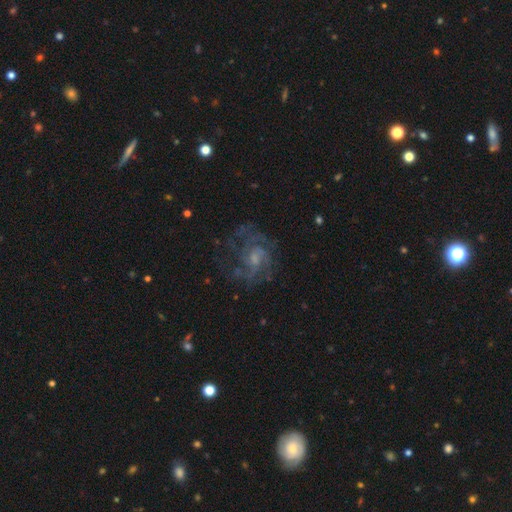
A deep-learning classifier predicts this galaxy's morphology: A featured or disk galaxy (76%) with no bar (55%), medium (47%) spiral arms (87%) and a small central bulge (47%).

Vote fractions:
- Smooth or featured? featured or disk: 76% / smooth: 12% / star or artifact: 12%
- Edge-on disk? no: 98% / yes: 2%
- Bar? no: 55% / weak: 39% / strong: 6%
- Spiral arms? yes: 87% / no: 13%
- Spiral winding? medium: 47% / tight: 33% / loose: 20%
- Spiral arm count? can't tell: 34% / 2: 24% / 3: 21% / 4: 9% / 1: 6% / more than 4: 5%
- Bulge size? small: 47% / moderate: 32% / none: 16% / large: 3% / dominant: 1%
- Merging? none: 62% / major disturbance: 19% / minor disturbance: 17% / merger: 2%